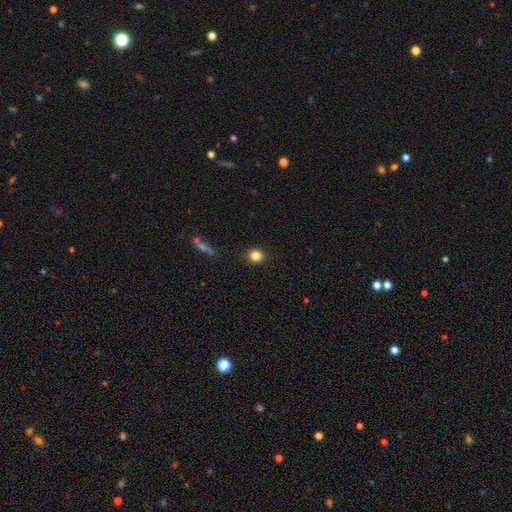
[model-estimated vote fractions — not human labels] smooth_or_featured: smooth (p=0.83) [alt: star or artifact p=0.11]
how_rounded: round (p=0.82) [alt: in between p=0.17]
merging: none (p=0.90) [alt: minor disturbance p=0.06]